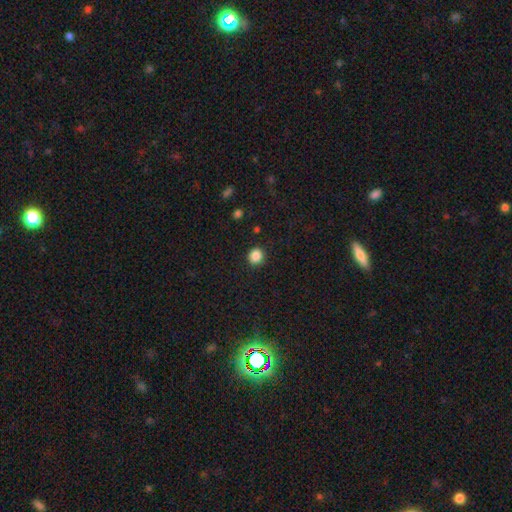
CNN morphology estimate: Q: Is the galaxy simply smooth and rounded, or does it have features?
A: smooth — 86%.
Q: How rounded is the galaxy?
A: round — 89%.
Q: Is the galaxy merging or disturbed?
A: none — 92%.